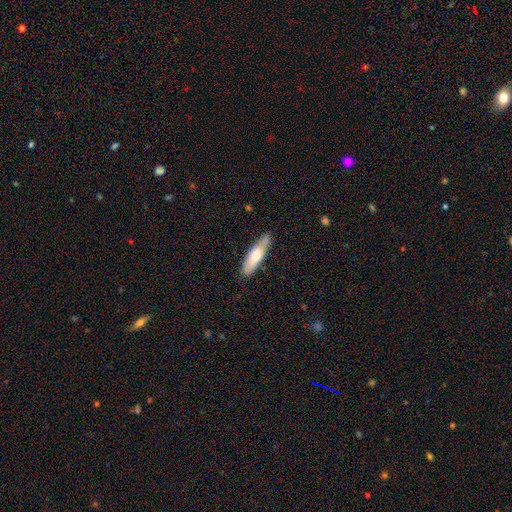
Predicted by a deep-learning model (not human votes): smooth_or_featured: smooth (p=0.67) [alt: featured or disk p=0.27]
how_rounded: cigar-shaped (p=0.67) [alt: in between p=0.31]
merging: none (p=0.80) [alt: minor disturbance p=0.16]